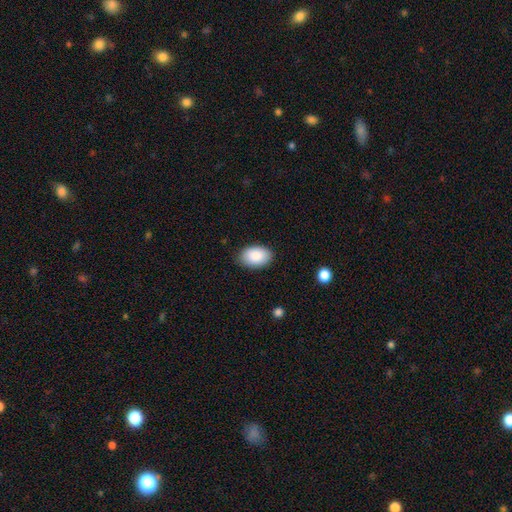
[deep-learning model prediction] Smooth or featured: smooth — 88% (star or artifact — 6%)
How rounded: in between — 92% (round — 7%)
Merging: none — 86% (minor disturbance — 11%)